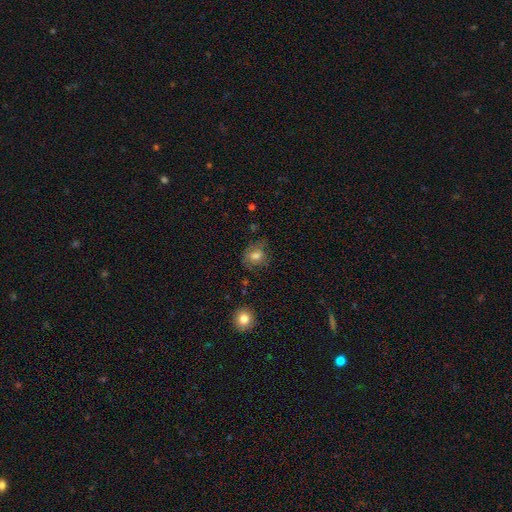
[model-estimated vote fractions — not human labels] Q: Smooth or featured?
A: smooth (74%); runner-up: featured or disk (15%)
Q: How rounded?
A: round (61%); runner-up: in between (38%)
Q: Merging?
A: none (61%); runner-up: minor disturbance (26%)